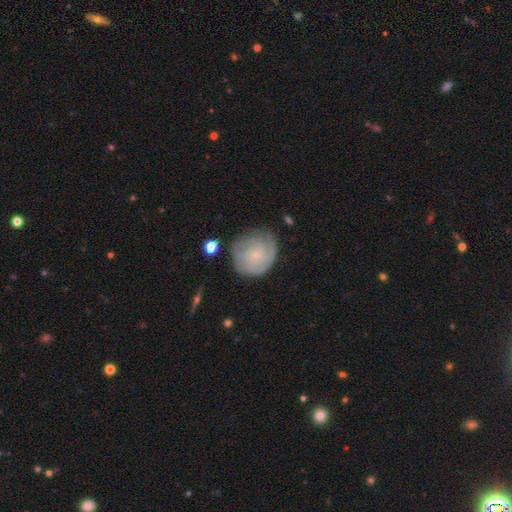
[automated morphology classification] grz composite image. It shows a featured or disk galaxy (59%) with no bar (77%), spiral arms (85%) and a small central bulge (78%). Merging: none (66%).